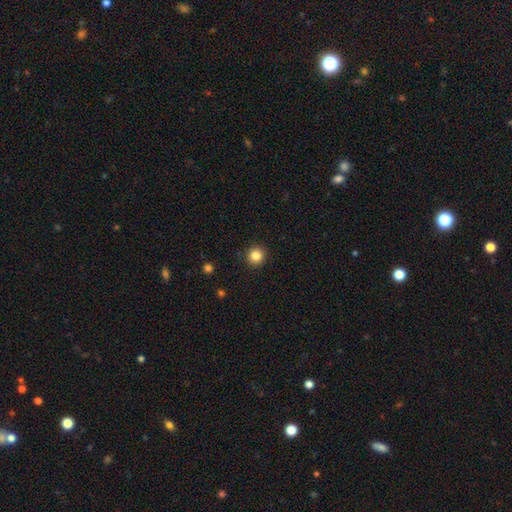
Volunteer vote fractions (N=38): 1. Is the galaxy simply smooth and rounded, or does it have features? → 82% smooth, 11% featured or disk, 8% star or artifact.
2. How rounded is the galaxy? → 94% round, 6% in between, 0% cigar-shaped.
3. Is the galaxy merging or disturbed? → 91% none, 6% minor disturbance, 3% major disturbance, 0% merger.